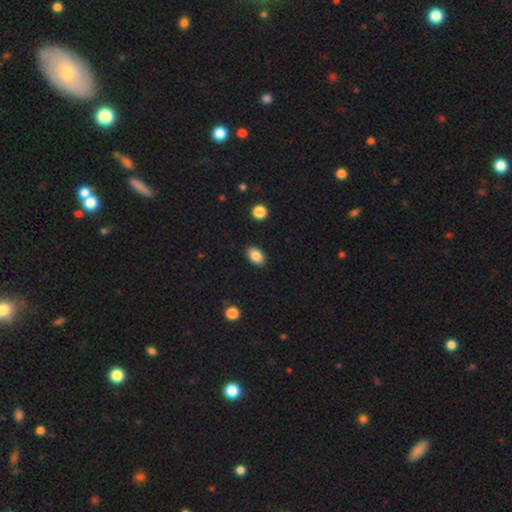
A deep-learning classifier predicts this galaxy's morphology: smooth 87%, star or artifact 8%, featured or disk 5%. Down the decision tree: how rounded — in between (89%); merging — none (88%).